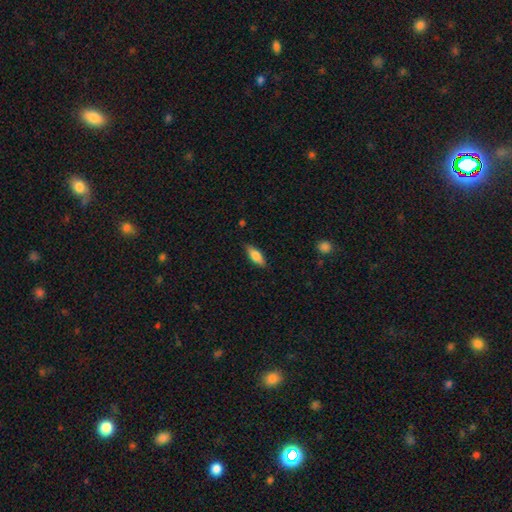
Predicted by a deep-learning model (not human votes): The model was most divided on "how rounded": in between: 63%, cigar-shaped: 35%, round: 2%. More confident: merging — none (84%); smooth or featured — smooth (73%).